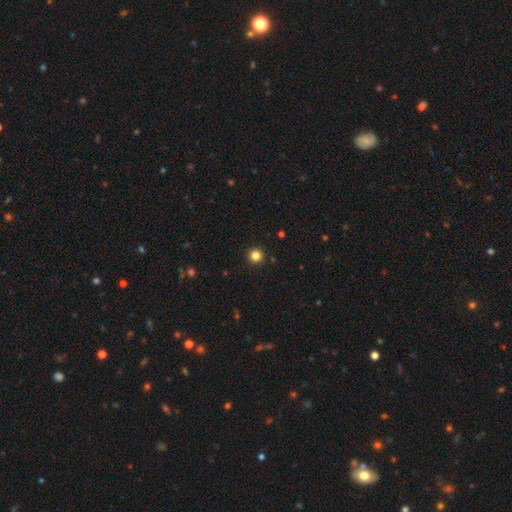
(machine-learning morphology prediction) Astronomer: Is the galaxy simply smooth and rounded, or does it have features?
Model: smooth — 83%.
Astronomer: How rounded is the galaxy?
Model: round — 96%.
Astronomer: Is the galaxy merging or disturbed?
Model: none — 94%.